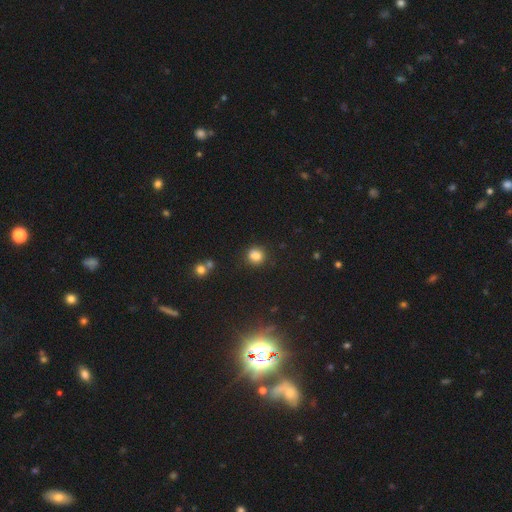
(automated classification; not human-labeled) A smooth galaxy with no disk features (81%) that is round (86%).

Vote fractions:
- Smooth or featured? smooth: 81% / star or artifact: 13% / featured or disk: 6%
- How rounded? round: 86% / in between: 13% / cigar-shaped: 1%
- Merging? none: 77% / minor disturbance: 12% / merger: 8% / major disturbance: 3%